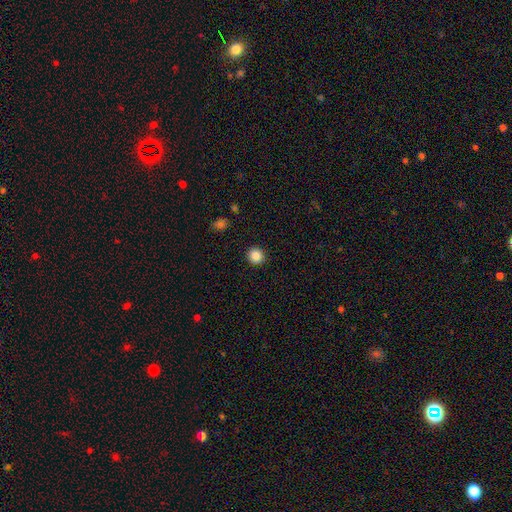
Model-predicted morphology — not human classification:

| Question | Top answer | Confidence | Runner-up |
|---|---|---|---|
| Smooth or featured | smooth | 87% | star or artifact (10%) |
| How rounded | round | 91% | in between (8%) |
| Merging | none | 92% | minor disturbance (5%) |